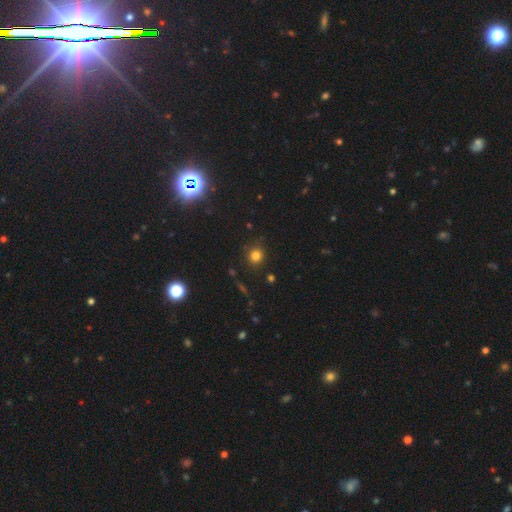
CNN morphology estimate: A smooth galaxy with no disk features (79%) that is round (88%).

Vote fractions:
- Smooth or featured? smooth: 79% / star or artifact: 15% / featured or disk: 6%
- How rounded? round: 88% / in between: 11% / cigar-shaped: 1%
- Merging? none: 85% / minor disturbance: 10% / major disturbance: 3% / merger: 2%